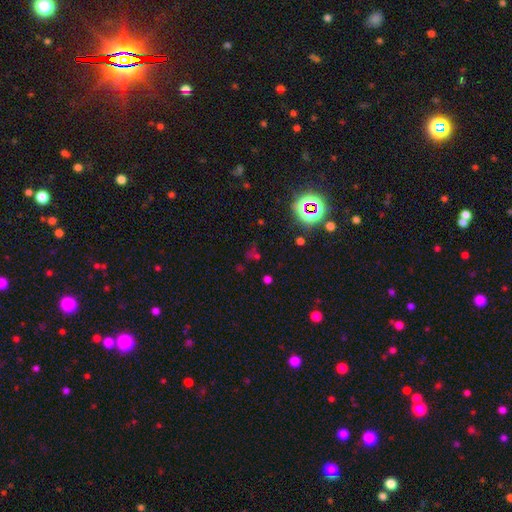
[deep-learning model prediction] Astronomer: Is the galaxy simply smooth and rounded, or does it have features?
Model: star or artifact — 60%.